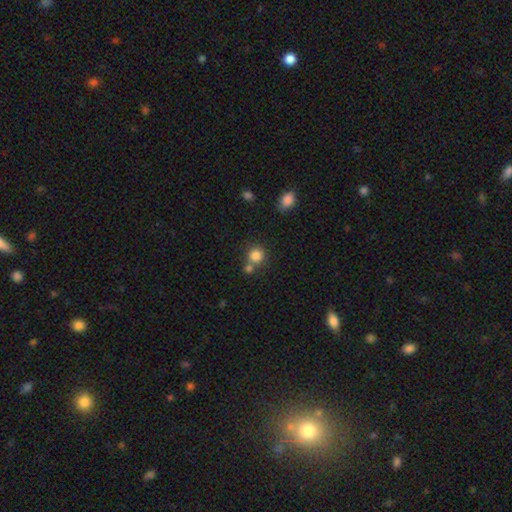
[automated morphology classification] smooth-or-featured: smooth: 82% | star or artifact: 11% | featured or disk: 6%
  how-rounded: round: 89% | in between: 10% | cigar-shaped: 1%
  merging: none: 60% | merger: 28% | minor disturbance: 8% | major disturbance: 3%